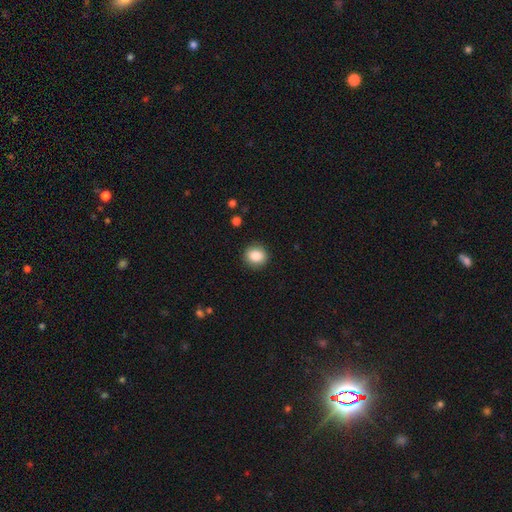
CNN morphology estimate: Overall: smooth (86%). How rounded: round (79%). Merging: none (90%).